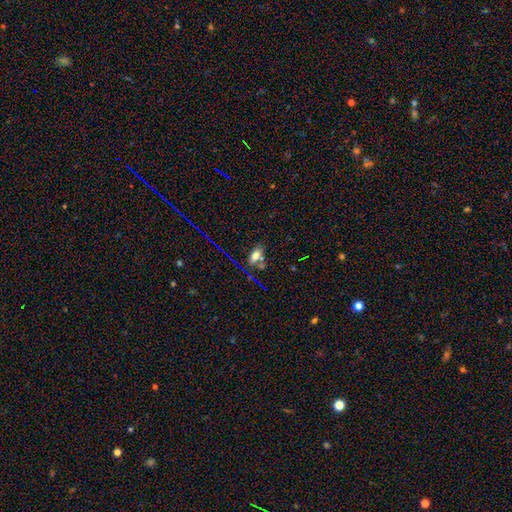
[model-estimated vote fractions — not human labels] Smooth or featured? smooth (65%)
How rounded? in between (85%)
Merging? none (61%)